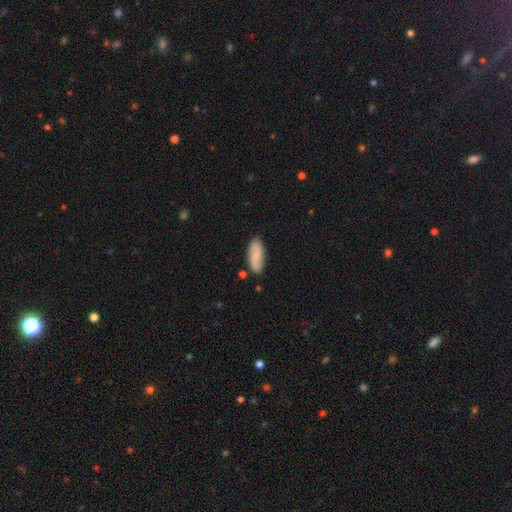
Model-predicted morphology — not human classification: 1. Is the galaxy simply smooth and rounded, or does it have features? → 77% smooth, 17% featured or disk, 6% star or artifact.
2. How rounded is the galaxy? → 71% in between, 27% cigar-shaped, 2% round.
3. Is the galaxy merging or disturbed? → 78% none, 15% minor disturbance, 4% merger, 3% major disturbance.